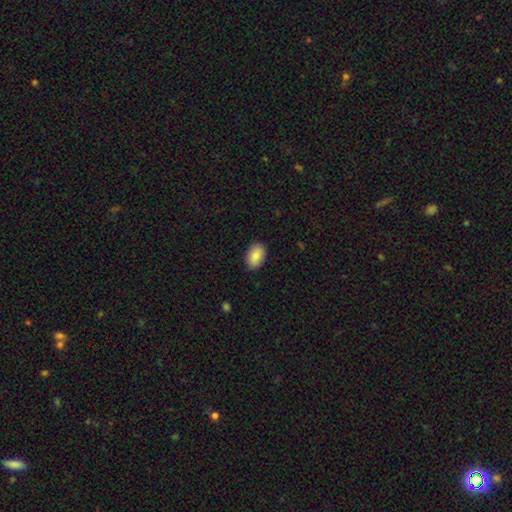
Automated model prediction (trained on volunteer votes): A smooth galaxy with no disk features (87%) that is in between round and cigar-shaped (89%). Merging: none (86%).